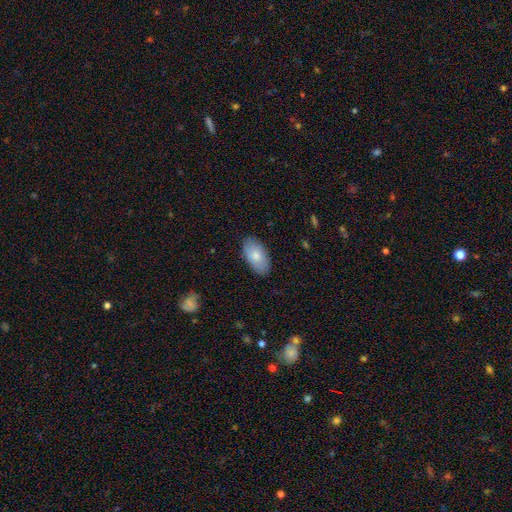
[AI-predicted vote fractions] smooth 80%, featured or disk 15%, star or artifact 6%. Down the decision tree: how rounded — in between (95%); merging — none (86%).